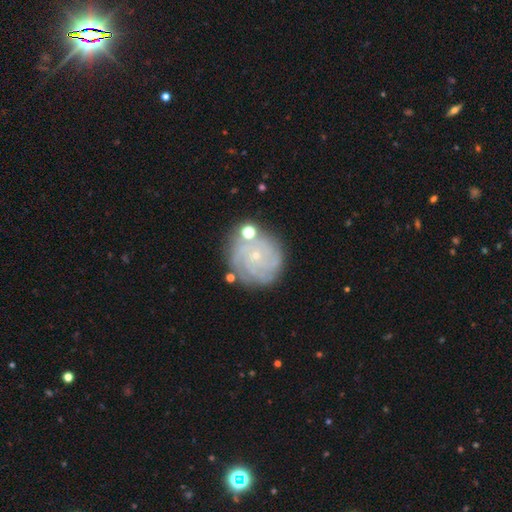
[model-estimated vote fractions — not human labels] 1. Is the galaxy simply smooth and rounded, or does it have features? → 77% featured or disk, 14% smooth, 9% star or artifact.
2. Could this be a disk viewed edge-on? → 98% no, 2% yes.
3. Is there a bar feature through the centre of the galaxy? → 83% no, 14% weak, 3% strong.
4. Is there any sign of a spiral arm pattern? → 93% yes, 7% no.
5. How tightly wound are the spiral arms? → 78% tight, 18% medium, 4% loose.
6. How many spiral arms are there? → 29% can't tell, 26% 4, 16% 3, 13% more than 4, 9% 2, 6% 1.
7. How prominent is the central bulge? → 85% small, 11% moderate, 2% none, 1% large, 1% dominant.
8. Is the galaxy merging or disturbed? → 76% none, 14% minor disturbance, 5% merger, 5% major disturbance.